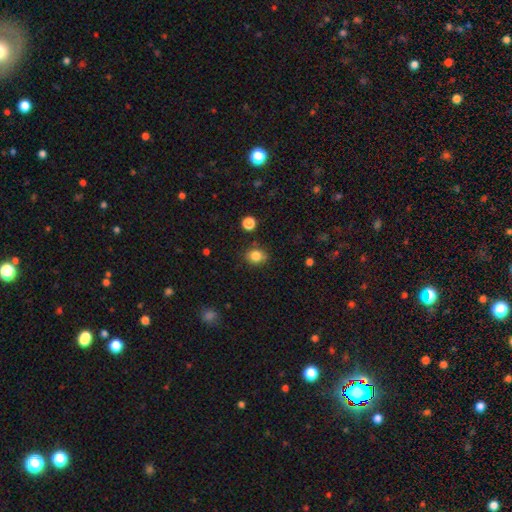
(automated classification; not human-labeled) Morphology: type=smooth (83%); roundness=round (63%); merging=none (82%).